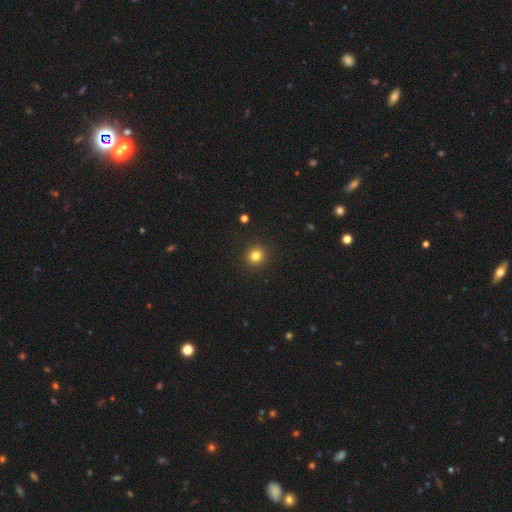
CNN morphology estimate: smooth-or-featured: smooth: 81% | star or artifact: 13% | featured or disk: 6%
  how-rounded: round: 91% | in between: 8% | cigar-shaped: 1%
  merging: none: 92% | minor disturbance: 5% | major disturbance: 2% | merger: 1%